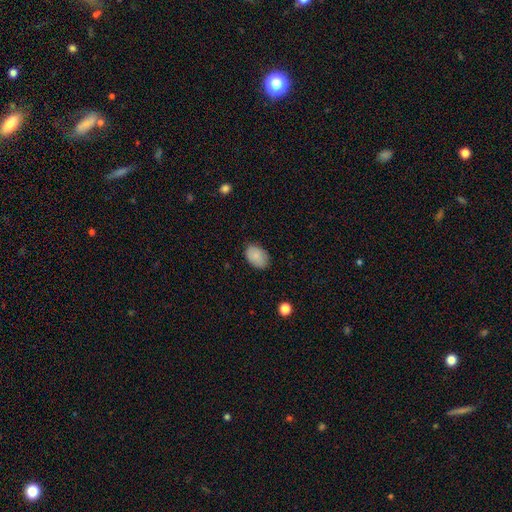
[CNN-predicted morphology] type=smooth (86%); roundness=in between (86%); merging=none (84%).